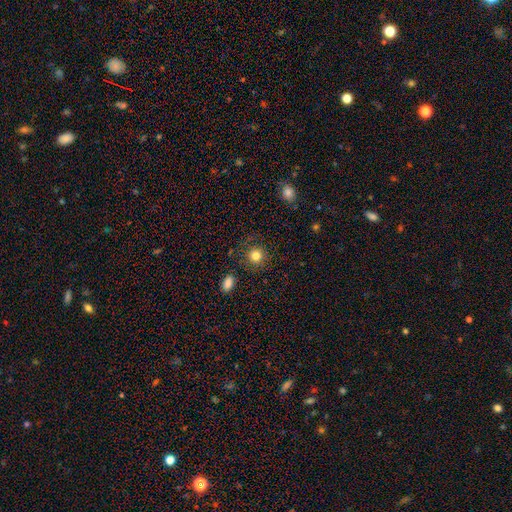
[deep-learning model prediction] smooth_or_featured: smooth (p=0.81) [alt: star or artifact p=0.12]
how_rounded: round (p=0.92) [alt: in between p=0.07]
merging: none (p=0.86) [alt: minor disturbance p=0.09]